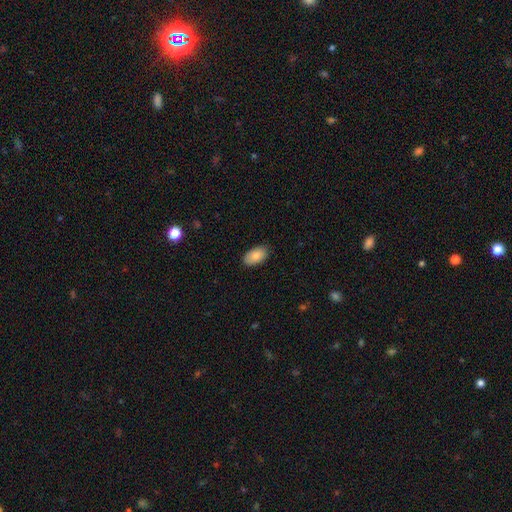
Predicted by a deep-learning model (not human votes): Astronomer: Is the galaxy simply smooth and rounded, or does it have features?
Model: smooth — 80%.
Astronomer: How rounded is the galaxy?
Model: in between — 94%.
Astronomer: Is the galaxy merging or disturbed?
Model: none — 85%.